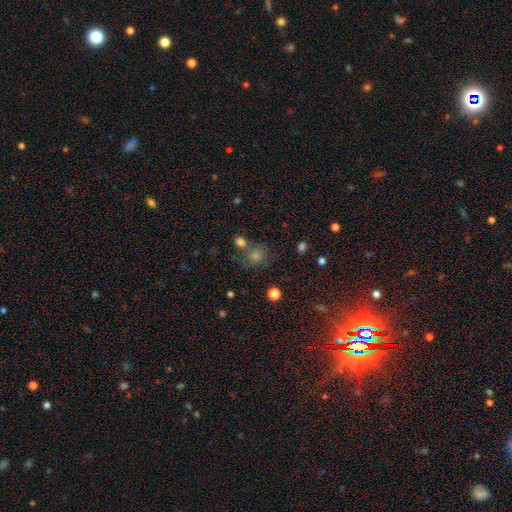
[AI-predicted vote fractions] Smooth or featured? Predicted: smooth (p=0.51). How rounded? Predicted: round (p=0.76). Merging? Predicted: none (p=0.62).